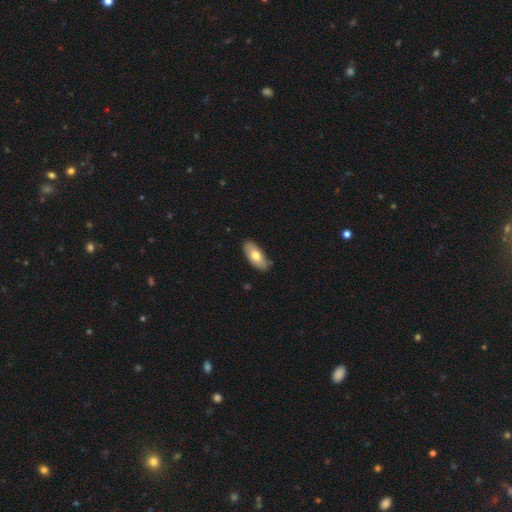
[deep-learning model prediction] Smooth or featured: smooth — 69% (featured or disk — 26%)
How rounded: in between — 89% (cigar-shaped — 9%)
Merging: none — 82% (minor disturbance — 15%)